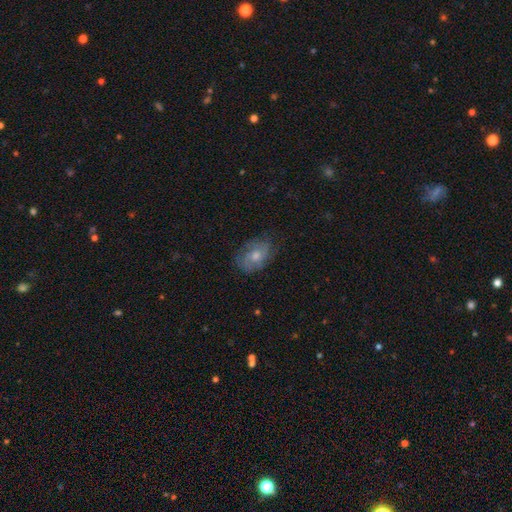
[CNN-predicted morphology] smooth_or_featured: featured or disk (p=0.55) [alt: smooth p=0.33]
disk_edge_on: no (p=0.95) [alt: yes p=0.05]
bar: no (p=0.75) [alt: weak p=0.21]
has_spiral_arms: yes (p=0.79) [alt: no p=0.21]
bulge_size: moderate (p=0.60) [alt: small p=0.33]
merging: none (p=0.76) [alt: minor disturbance p=0.18]